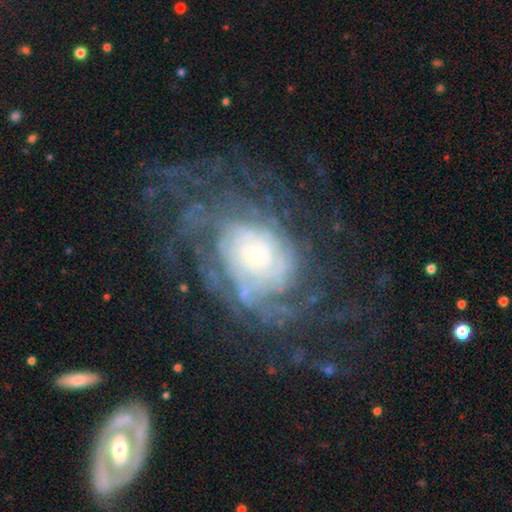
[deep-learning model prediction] Overall: featured or disk (83%). Edge-on disk: no (97%). Bar: no (78%). Spiral arms: yes (93%). Spiral arm count: can't tell (39%; more than 4 18%). Spiral winding: tight (63%; medium 25%). Bulge size: small (58%; moderate 25%). Merging: none (62%).